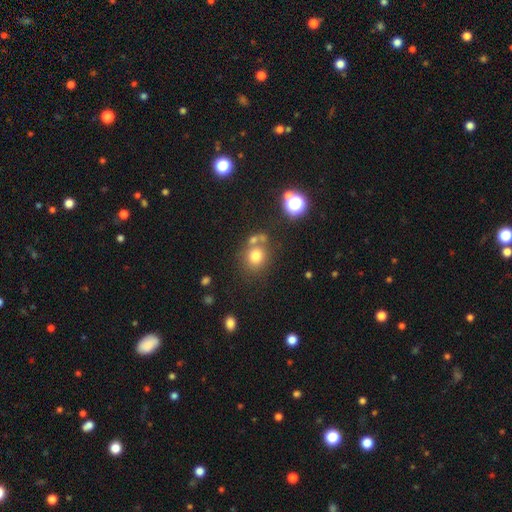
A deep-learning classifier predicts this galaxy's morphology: This appears to be a smooth galaxy with no disk features (74%) that is round (79%). Merging: none (60%).